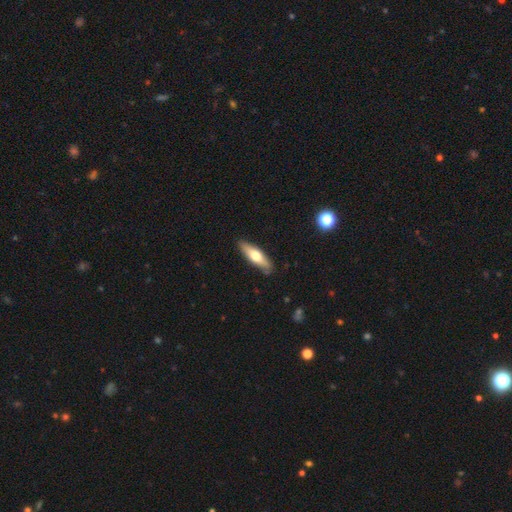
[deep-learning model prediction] Overall: smooth (55%; featured or disk 40%). How rounded: cigar-shaped (59%; in between 39%). Merging: none (86%).